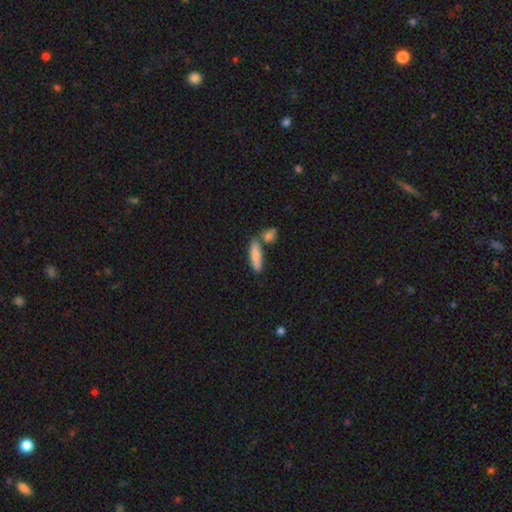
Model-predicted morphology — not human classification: smooth 82%, featured or disk 11%, star or artifact 6%. Down the decision tree: how rounded — cigar-shaped (67%); merging — none (66%).